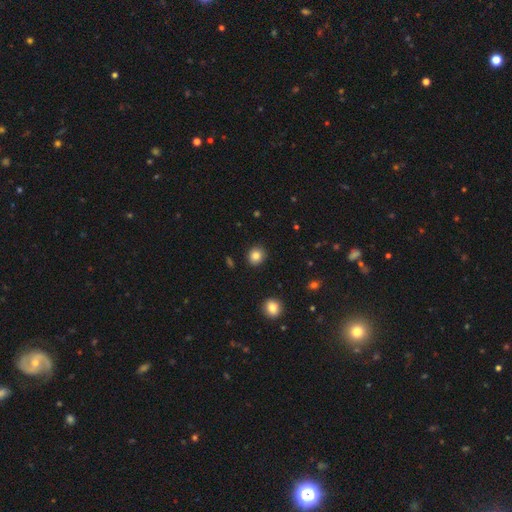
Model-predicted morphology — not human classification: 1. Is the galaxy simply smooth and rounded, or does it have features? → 84% smooth, 10% star or artifact, 5% featured or disk.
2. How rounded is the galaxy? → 80% round, 19% in between, 1% cigar-shaped.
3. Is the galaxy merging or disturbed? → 90% none, 7% minor disturbance, 2% major disturbance, 1% merger.